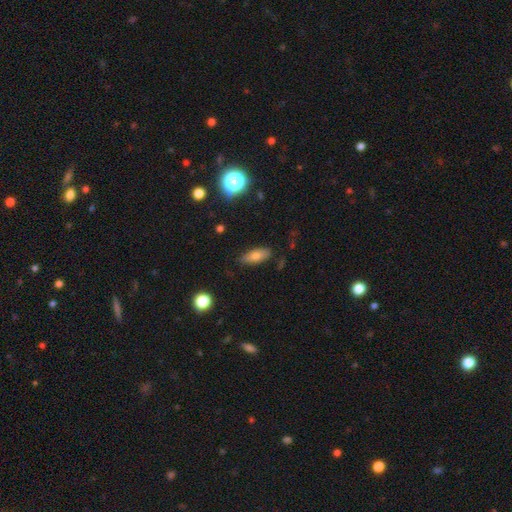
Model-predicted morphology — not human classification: Smooth or featured? Predicted: smooth (p=0.72). How rounded? Predicted: in between (p=0.72). Merging? Predicted: none (p=0.82).